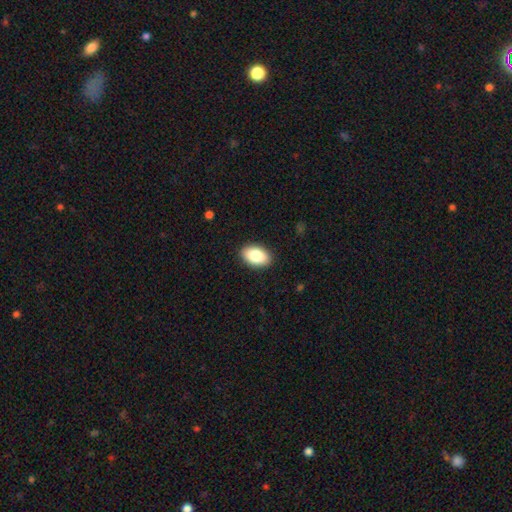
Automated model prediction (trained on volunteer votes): The model was most divided on "smooth or featured": smooth: 84%, featured or disk: 9%, star or artifact: 7%. More confident: how rounded — in between (91%); merging — none (89%).